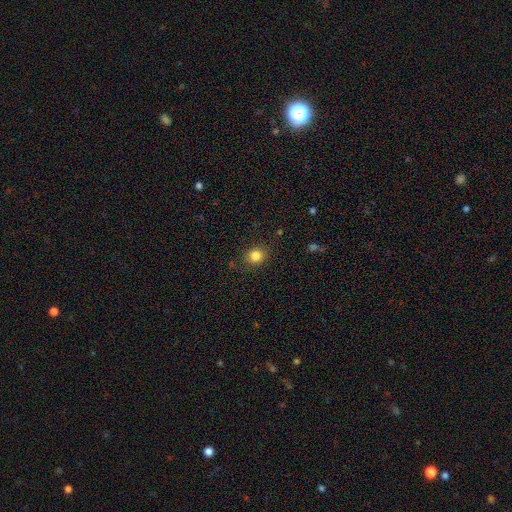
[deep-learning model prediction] This appears to be a smooth galaxy with no disk features (83%) that is round (75%). Merging: none (85%).